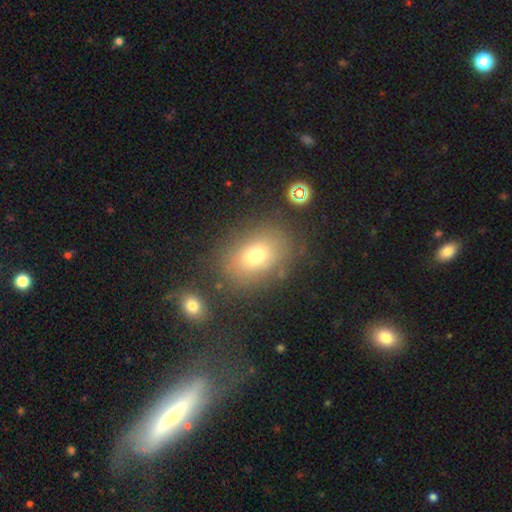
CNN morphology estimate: smooth_or_featured: smooth (p=0.71) [alt: featured or disk p=0.15]
how_rounded: in between (p=0.65) [alt: round p=0.34]
merging: none (p=0.77) [alt: minor disturbance p=0.13]